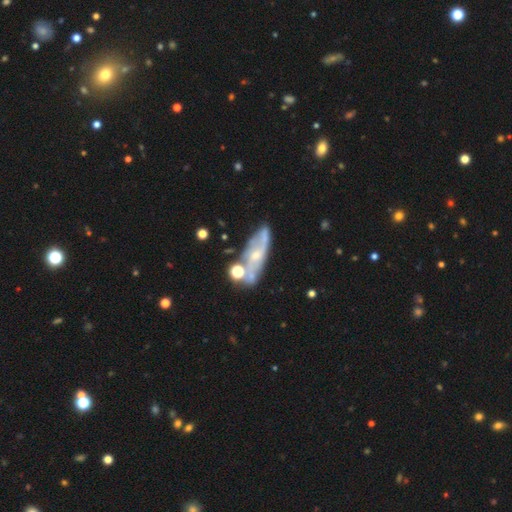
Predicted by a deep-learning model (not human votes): smooth-or-featured: featured or disk: 69% | smooth: 22% | star or artifact: 9%
  disk-edge-on: no: 78% | yes: 22%
    bar: no: 67% | weak: 25% | strong: 8%
    has-spiral-arms: yes: 73% | no: 27%
    bulge-size: small: 65% | moderate: 28% | none: 4% | large: 2% | dominant: 1%
  merging: none: 55% | minor disturbance: 20% | merger: 16% | major disturbance: 9%